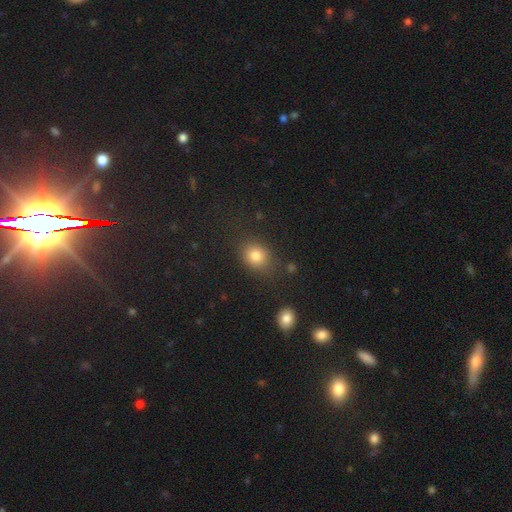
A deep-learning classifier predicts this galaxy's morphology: This is clearly a smooth galaxy (81%). How rounded: possibly round (54%). Merging: likely none (77%).